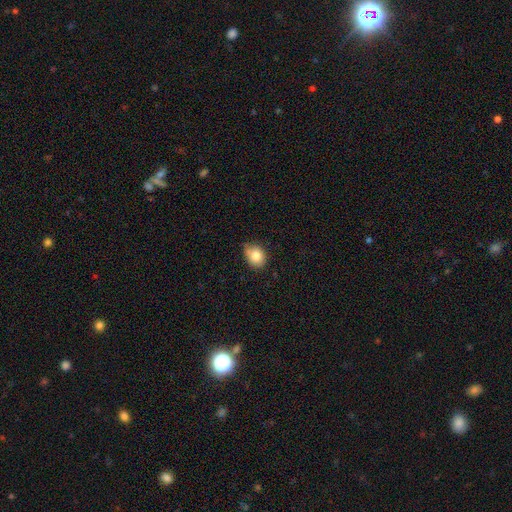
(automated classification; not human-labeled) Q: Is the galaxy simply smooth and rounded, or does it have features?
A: smooth — 83%.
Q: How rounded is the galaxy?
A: round — 50%.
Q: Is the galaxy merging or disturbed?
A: none — 65%.